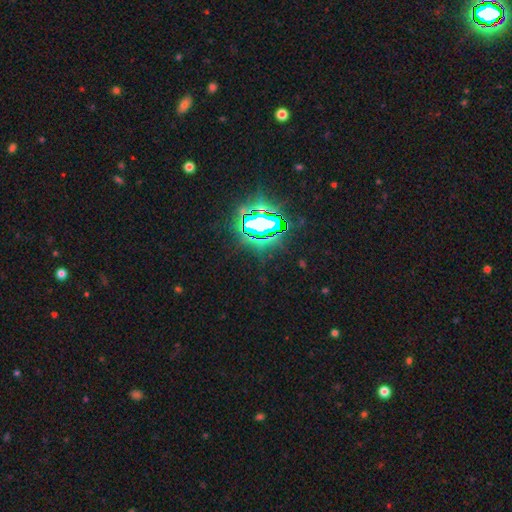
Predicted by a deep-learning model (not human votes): This is likely a star or artifact rather than a galaxy (79%).